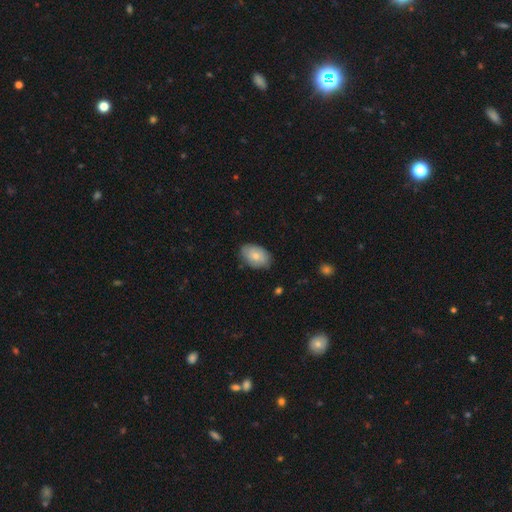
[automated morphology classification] The model was most divided on "smooth or featured": smooth: 75%, featured or disk: 19%, star or artifact: 6%. More confident: how rounded — in between (89%); merging — none (79%).